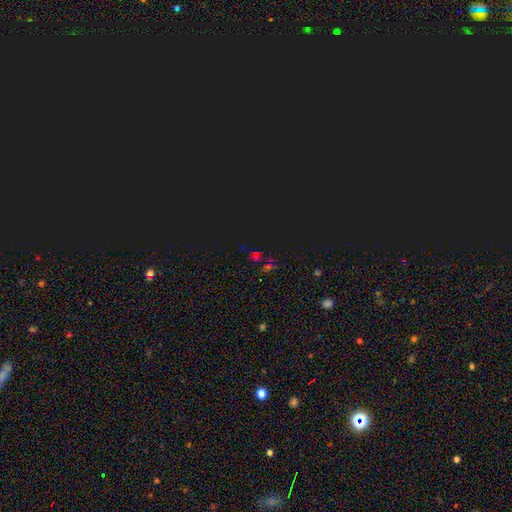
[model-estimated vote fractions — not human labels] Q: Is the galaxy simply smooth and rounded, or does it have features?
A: star or artifact — 68%.